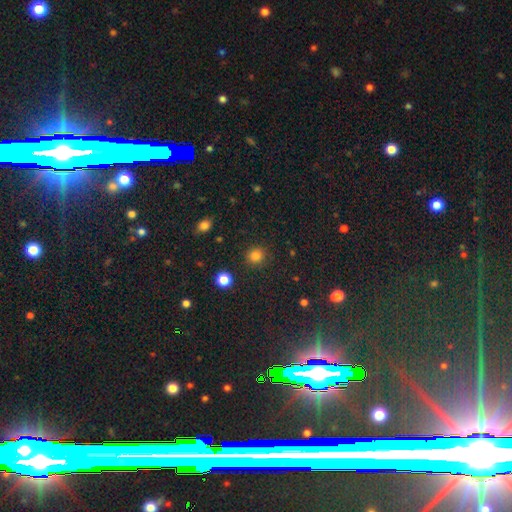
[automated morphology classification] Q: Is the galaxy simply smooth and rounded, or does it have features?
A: smooth — 81%.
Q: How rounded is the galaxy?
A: round — 89%.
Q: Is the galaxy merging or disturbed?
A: none — 89%.